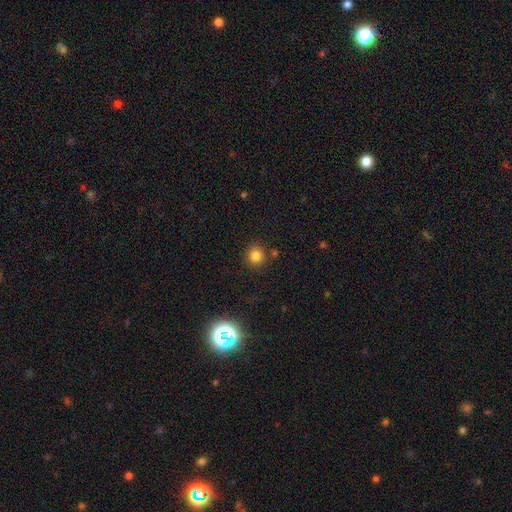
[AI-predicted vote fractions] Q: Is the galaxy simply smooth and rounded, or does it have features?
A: smooth — 81%.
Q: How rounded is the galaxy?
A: round — 92%.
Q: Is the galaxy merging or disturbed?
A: none — 84%.